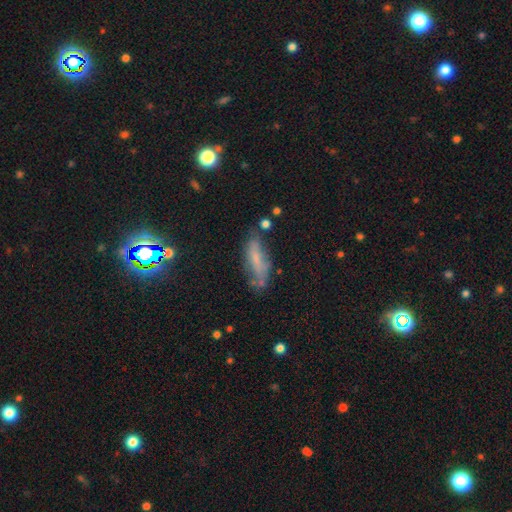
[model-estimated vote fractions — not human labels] Overall: smooth (45%; featured or disk 37%). Merging: none (53%; minor disturbance 28%).